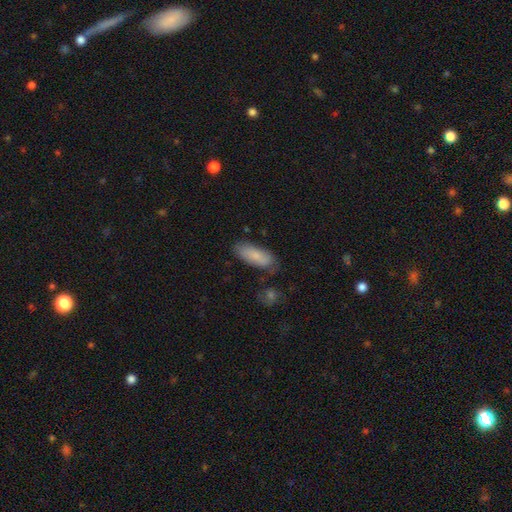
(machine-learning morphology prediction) type=smooth (82%); roundness=in between (78%); merging=none (76%).